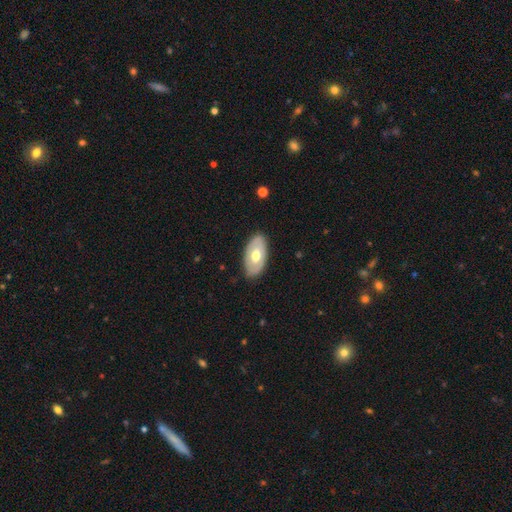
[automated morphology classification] This is possibly a featured or disk galaxy (50%). Merging: clearly none (84%).